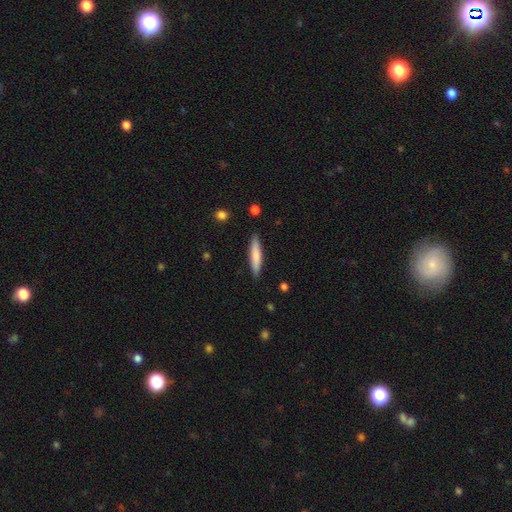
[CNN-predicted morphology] Q: Smooth or featured?
A: smooth (76%); runner-up: featured or disk (19%)
Q: How rounded?
A: cigar-shaped (87%); runner-up: in between (12%)
Q: Merging?
A: none (88%); runner-up: minor disturbance (9%)